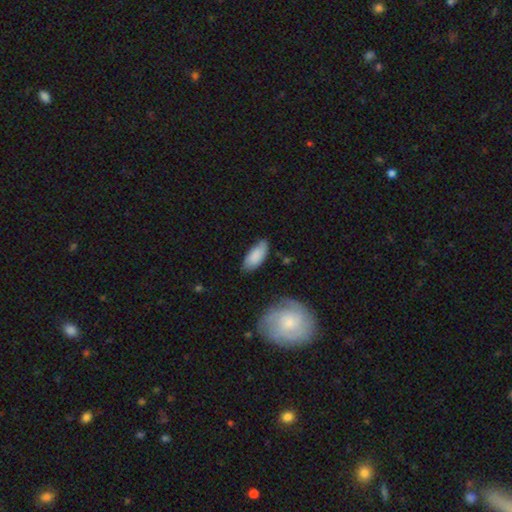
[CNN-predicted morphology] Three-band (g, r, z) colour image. It shows a smooth galaxy with no disk features (79%) that is in between round and cigar-shaped (90%). Merging: none (68%).